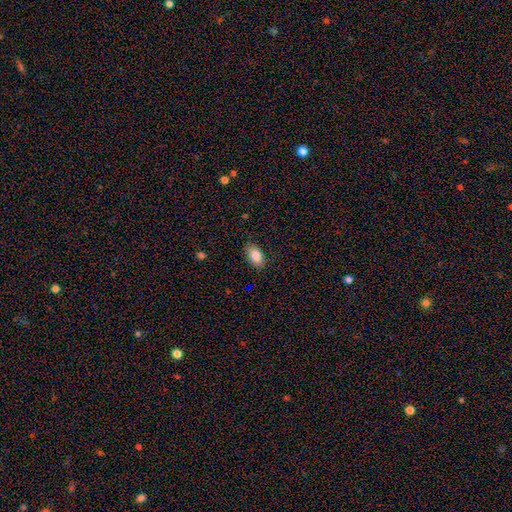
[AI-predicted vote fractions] The model was most divided on "merging": none: 83%, minor disturbance: 13%, major disturbance: 3%, merger: 1%. More confident: how rounded — in between (91%); smooth or featured — smooth (86%).